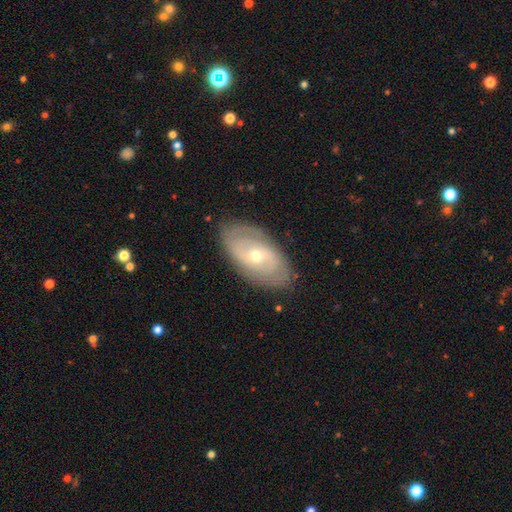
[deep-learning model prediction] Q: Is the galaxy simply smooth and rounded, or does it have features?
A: featured or disk — 73%.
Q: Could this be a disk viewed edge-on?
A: no — 92%.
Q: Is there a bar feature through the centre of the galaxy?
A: no — 53%.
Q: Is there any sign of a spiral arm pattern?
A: yes — 83%.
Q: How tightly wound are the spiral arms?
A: tight — 57%.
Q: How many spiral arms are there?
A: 2 — 49%.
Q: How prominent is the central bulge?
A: small — 51%.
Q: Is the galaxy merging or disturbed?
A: none — 84%.